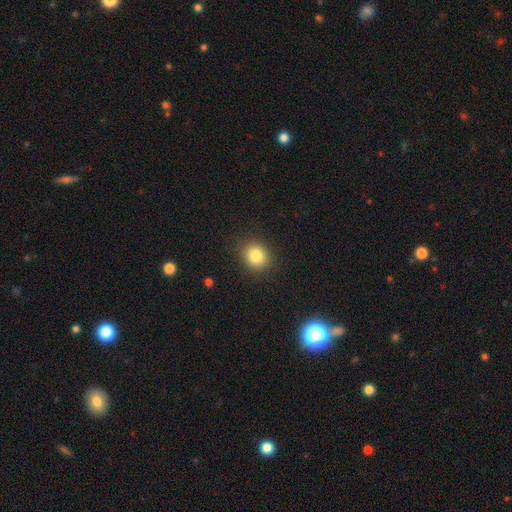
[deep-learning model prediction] Smooth or featured?
  - smooth: 83% *
  - star or artifact: 11%
  - featured or disk: 6%
How rounded?
  - round: 72% *
  - in between: 27%
  - cigar-shaped: 1%
Merging?
  - none: 88% *
  - minor disturbance: 8%
  - major disturbance: 3%
  - merger: 1%